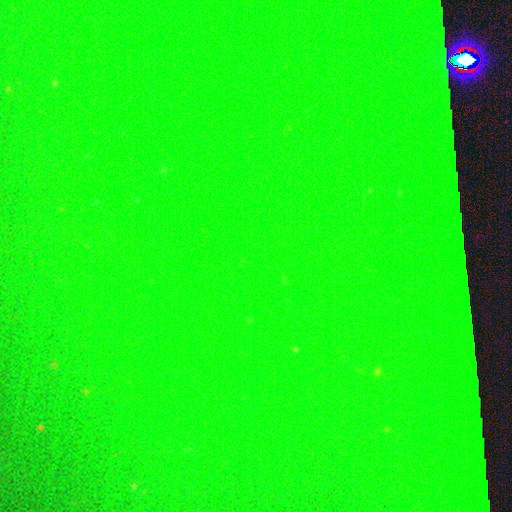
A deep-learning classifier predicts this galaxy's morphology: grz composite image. It shows a star or artifact, not a galaxy (78%).